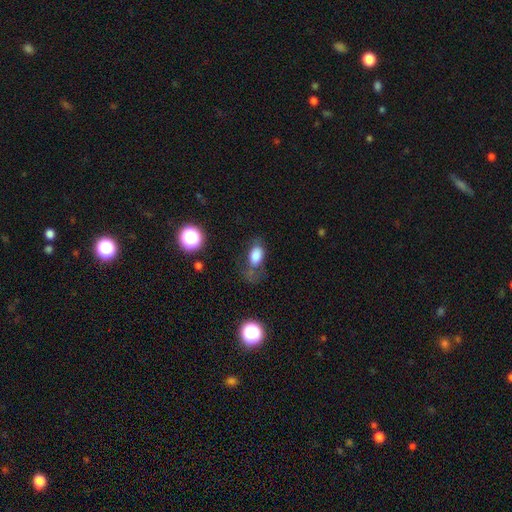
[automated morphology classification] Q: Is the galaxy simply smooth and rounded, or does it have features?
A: smooth — 77%.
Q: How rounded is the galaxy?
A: in between — 87%.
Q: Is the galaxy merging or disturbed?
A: none — 48%.